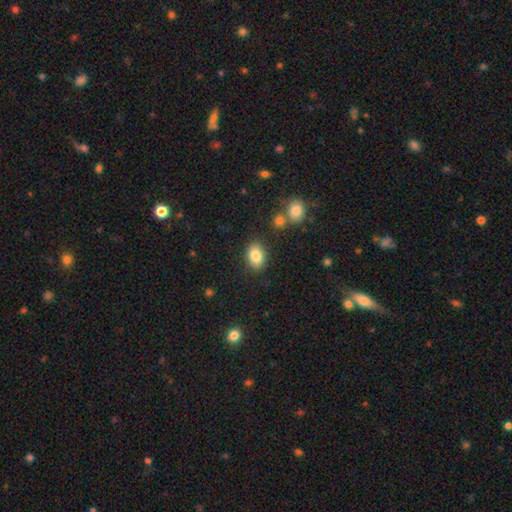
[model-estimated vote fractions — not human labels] smooth 84%, star or artifact 8%, featured or disk 8%. Down the decision tree: how rounded — in between (82%); merging — none (84%).